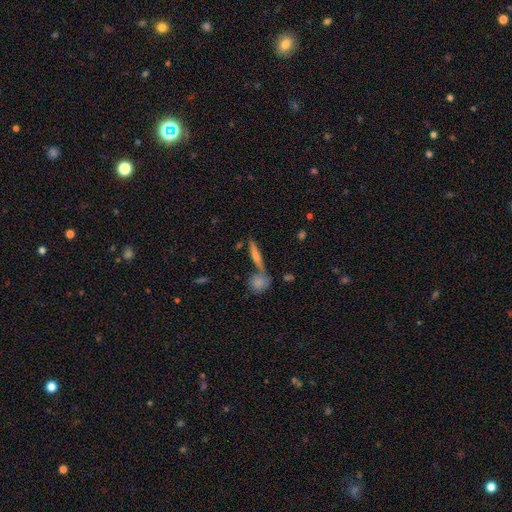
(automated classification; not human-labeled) Smooth or featured: featured or disk — 40% (smooth — 38%)
Merging: none — 59% (merger — 27%)